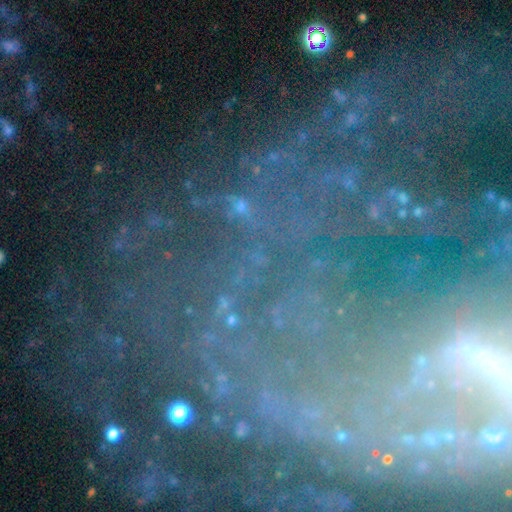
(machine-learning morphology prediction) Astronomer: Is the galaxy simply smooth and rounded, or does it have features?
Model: star or artifact — 64%.